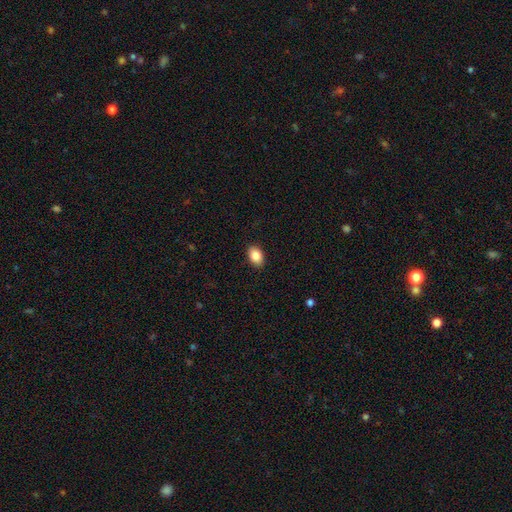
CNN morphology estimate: A smooth galaxy with no disk features (87%) that is in between round and cigar-shaped (84%).

Vote fractions:
- Smooth or featured? smooth: 87% / star or artifact: 8% / featured or disk: 6%
- How rounded? in between: 84% / round: 14% / cigar-shaped: 1%
- Merging? none: 90% / minor disturbance: 8% / major disturbance: 2% / merger: 1%